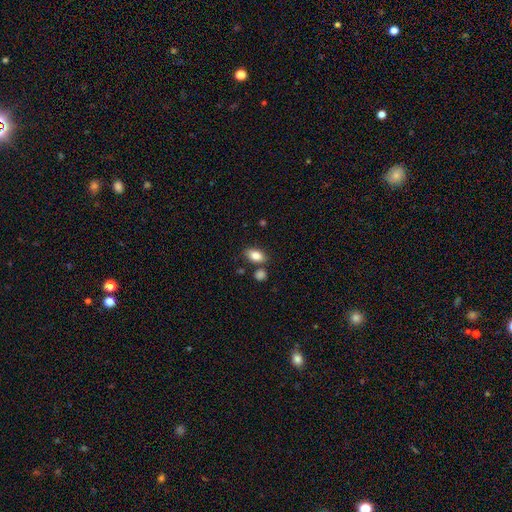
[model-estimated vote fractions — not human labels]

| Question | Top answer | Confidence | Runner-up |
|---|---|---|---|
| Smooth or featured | smooth | 84% | featured or disk (8%) |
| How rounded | in between | 88% | round (9%) |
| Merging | none | 75% | minor disturbance (12%) |